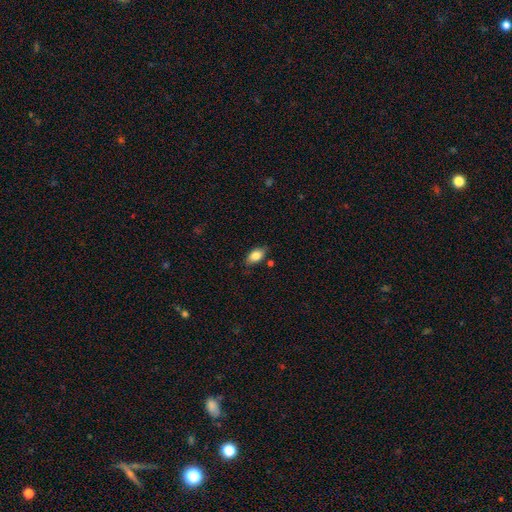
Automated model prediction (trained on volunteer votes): Q: Smooth or featured?
A: smooth (82%); runner-up: featured or disk (10%)
Q: How rounded?
A: in between (90%); runner-up: round (6%)
Q: Merging?
A: none (77%); runner-up: minor disturbance (17%)